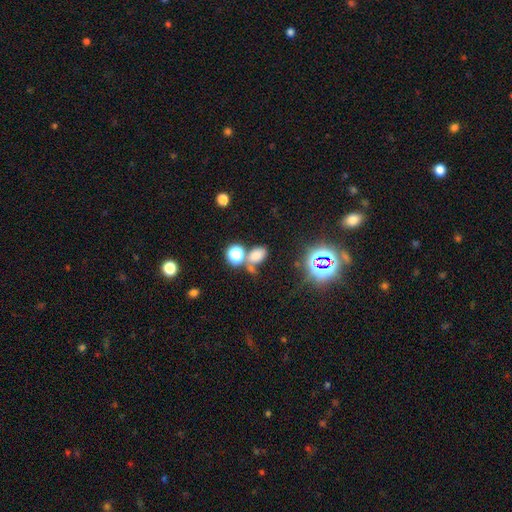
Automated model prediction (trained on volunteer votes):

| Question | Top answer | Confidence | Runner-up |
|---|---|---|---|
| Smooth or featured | smooth | 68% | star or artifact (24%) |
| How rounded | in between | 81% | round (17%) |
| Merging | none | 51% | merger (29%) |